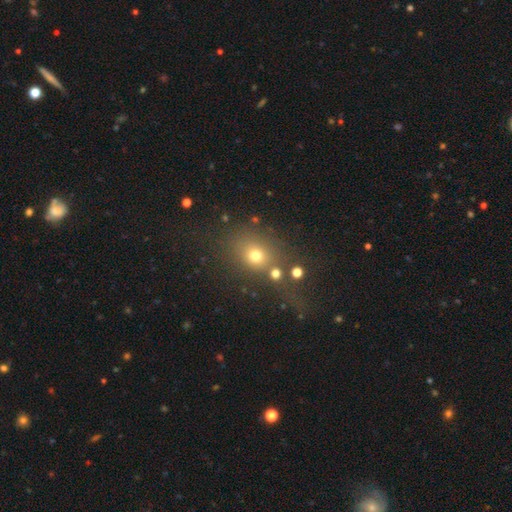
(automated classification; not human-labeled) Smooth or featured?
  - smooth: 68% *
  - star or artifact: 20%
  - featured or disk: 11%
How rounded?
  - round: 64% *
  - in between: 34%
  - cigar-shaped: 2%
Merging?
  - none: 61% *
  - merger: 15%
  - minor disturbance: 13%
  - major disturbance: 11%